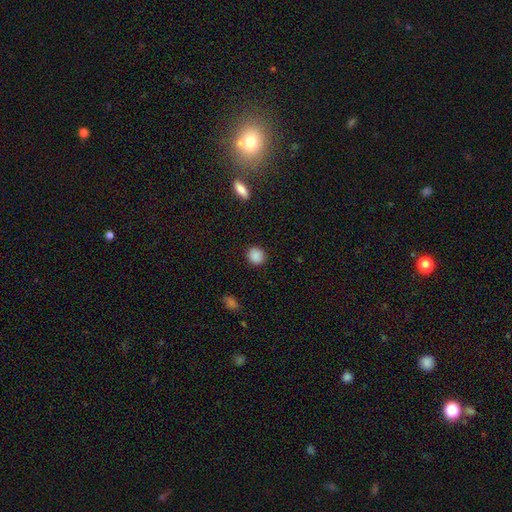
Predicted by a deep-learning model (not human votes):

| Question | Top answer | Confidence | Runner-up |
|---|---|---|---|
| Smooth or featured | smooth | 88% | star or artifact (9%) |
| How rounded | round | 84% | in between (15%) |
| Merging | none | 90% | minor disturbance (7%) |